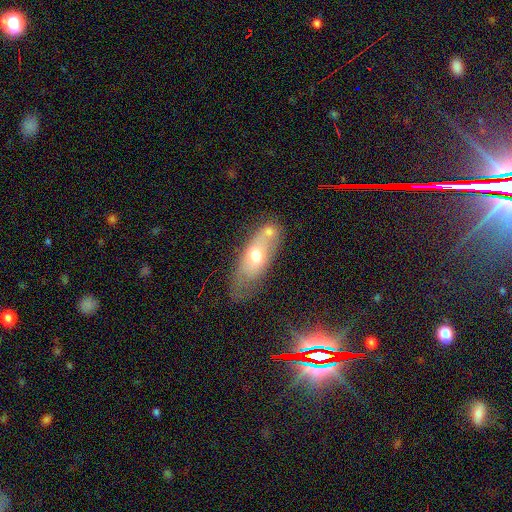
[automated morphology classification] type=smooth (57%); roundness=in between (74%); merging=none (47%).